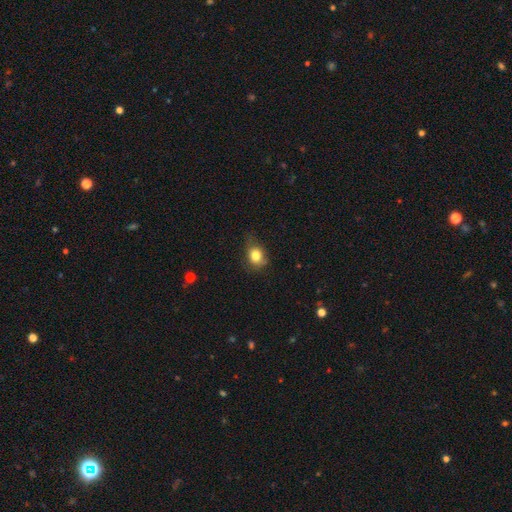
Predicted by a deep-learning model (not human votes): A smooth galaxy with no disk features (82%) that is round (55%).

Vote fractions:
- Smooth or featured? smooth: 82% / star or artifact: 10% / featured or disk: 8%
- How rounded? round: 55% / in between: 43% / cigar-shaped: 1%
- Merging? none: 59% / minor disturbance: 30% / major disturbance: 9% / merger: 2%